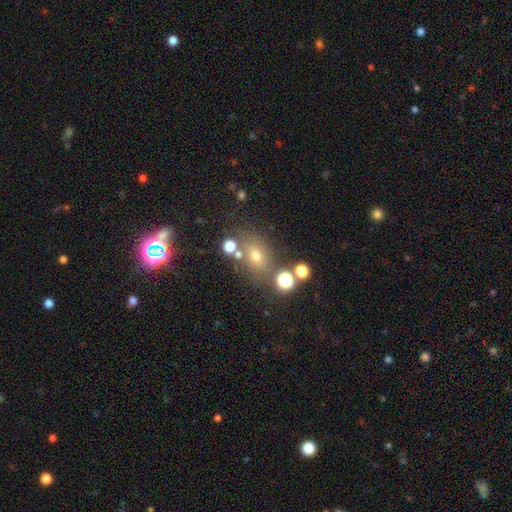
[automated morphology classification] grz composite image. It shows a smooth galaxy with no disk features (56%) that is in between round and cigar-shaped (53%). Merging: none (68%).